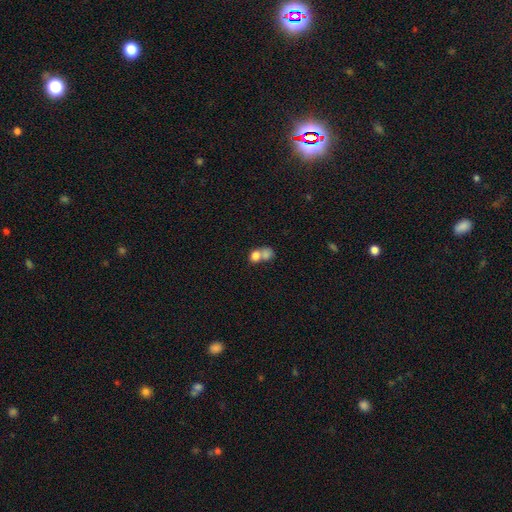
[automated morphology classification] smooth_or_featured: smooth (p=0.77) [alt: featured or disk p=0.14]
how_rounded: round (p=0.56) [alt: in between p=0.43]
merging: merger (p=0.68) [alt: none p=0.22]